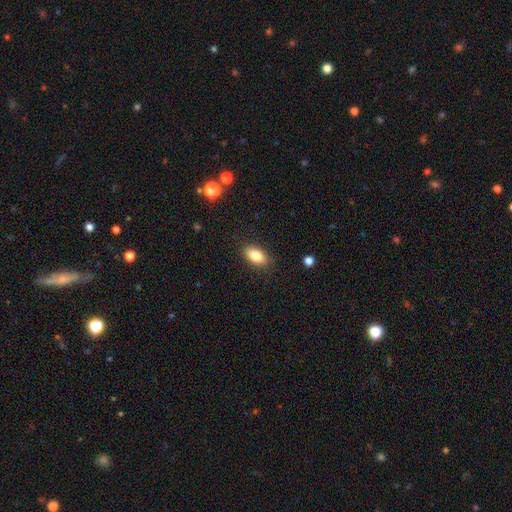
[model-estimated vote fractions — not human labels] Smooth or featured: smooth — 83% (featured or disk — 9%)
How rounded: in between — 88% (round — 7%)
Merging: none — 86% (minor disturbance — 10%)